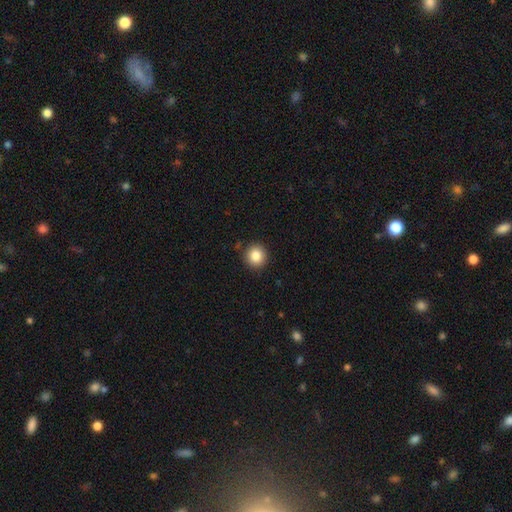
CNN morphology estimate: Q: Smooth or featured?
A: smooth (85%); runner-up: star or artifact (10%)
Q: How rounded?
A: round (92%); runner-up: in between (7%)
Q: Merging?
A: none (90%); runner-up: minor disturbance (7%)